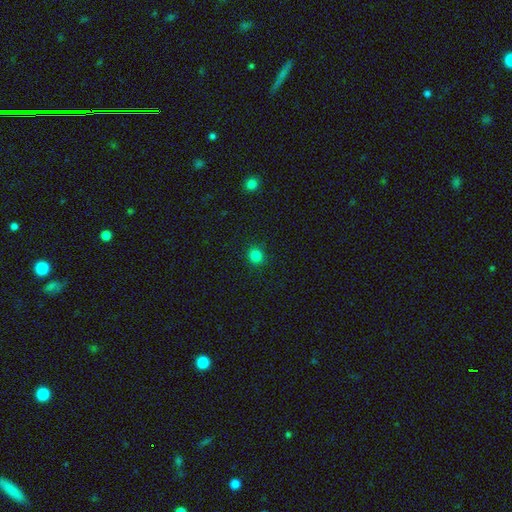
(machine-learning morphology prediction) Smooth or featured? smooth (83%)
How rounded? round (89%)
Merging? none (91%)